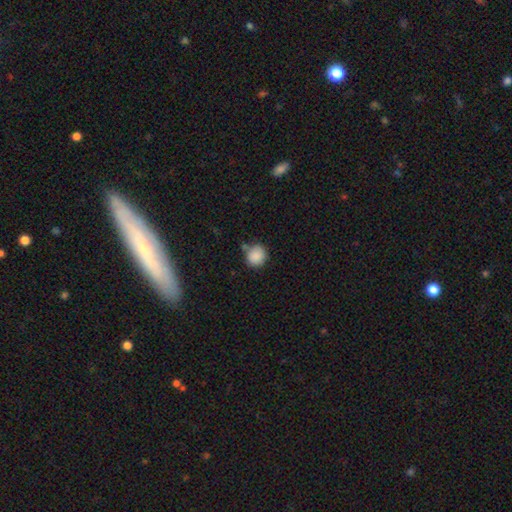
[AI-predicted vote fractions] Smooth or featured: smooth — 88% (star or artifact — 9%)
How rounded: round — 90% (in between — 9%)
Merging: none — 73% (minor disturbance — 15%)